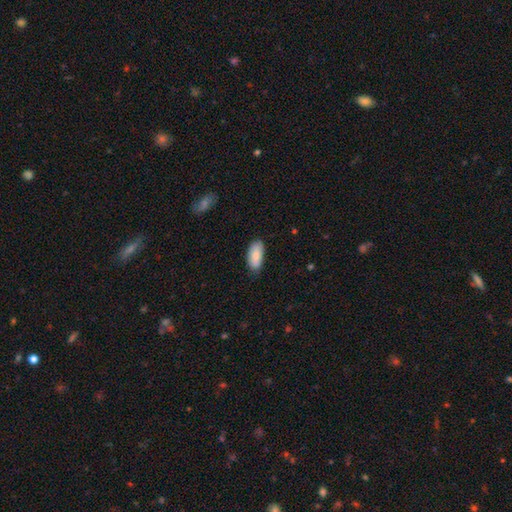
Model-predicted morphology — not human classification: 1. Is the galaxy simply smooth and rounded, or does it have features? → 83% smooth, 11% featured or disk, 6% star or artifact.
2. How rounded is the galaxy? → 92% in between, 6% cigar-shaped, 2% round.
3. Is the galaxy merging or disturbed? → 76% none, 20% minor disturbance, 3% major disturbance, 1% merger.